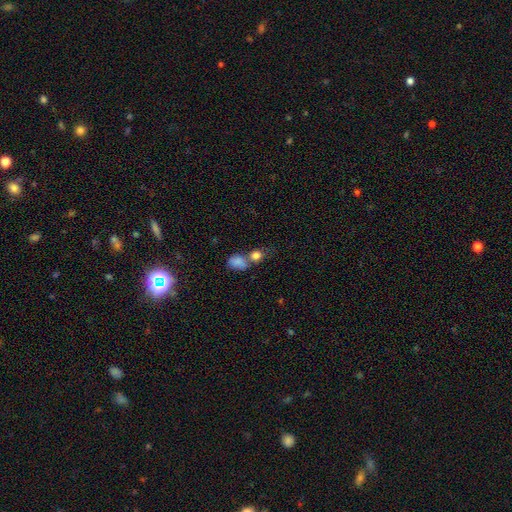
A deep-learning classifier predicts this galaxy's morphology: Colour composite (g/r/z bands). It shows a smooth galaxy with no disk features (80%) that is round (59%). Merging: merger (51%).